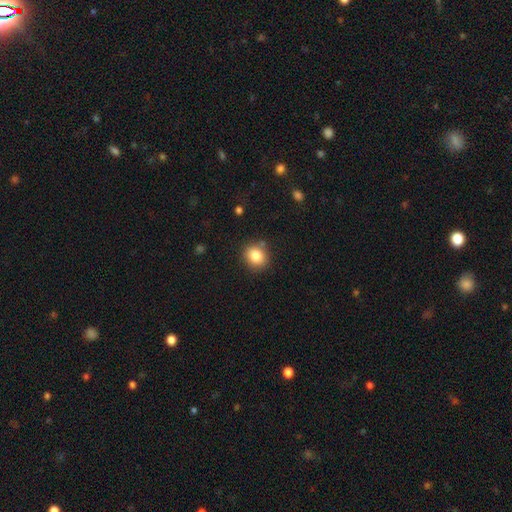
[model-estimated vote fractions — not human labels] A smooth galaxy with no disk features (83%) that is round (78%).

Vote fractions:
- Smooth or featured? smooth: 83% / star or artifact: 10% / featured or disk: 7%
- How rounded? round: 78% / in between: 21% / cigar-shaped: 1%
- Merging? none: 85% / minor disturbance: 10% / merger: 3% / major disturbance: 3%